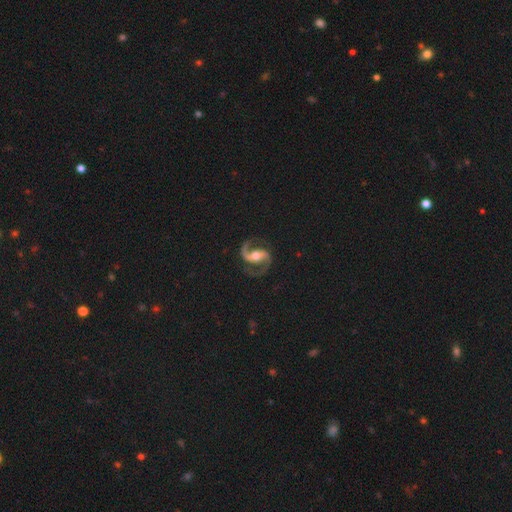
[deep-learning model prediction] This is clearly a featured or disk galaxy (93%). It is clearly not viewed edge-on (98%). Bar: marginally strong (40%). Spiral arm pattern: clearly yes (98%). Spiral arm count: clearly 2 (94%). Spiral winding: likely medium (61%). Central bulge: likely moderate (70%). Merging: clearly none (83%).